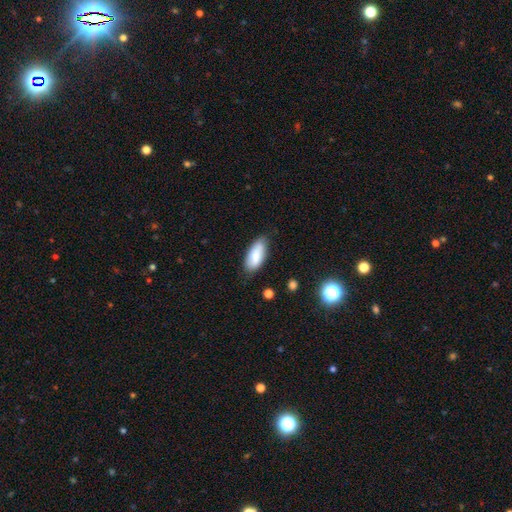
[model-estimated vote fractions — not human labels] A smooth galaxy with no disk features (83%) that is in between round and cigar-shaped (85%).

Vote fractions:
- Smooth or featured? smooth: 83% / featured or disk: 11% / star or artifact: 6%
- How rounded? in between: 85% / cigar-shaped: 14% / round: 2%
- Merging? none: 77% / minor disturbance: 18% / major disturbance: 3% / merger: 2%